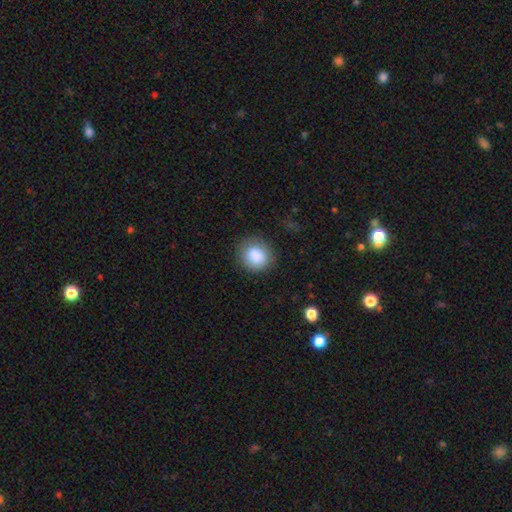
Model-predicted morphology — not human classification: Q: Smooth or featured?
A: smooth (86%); runner-up: star or artifact (8%)
Q: How rounded?
A: round (76%); runner-up: in between (23%)
Q: Merging?
A: none (83%); runner-up: minor disturbance (12%)